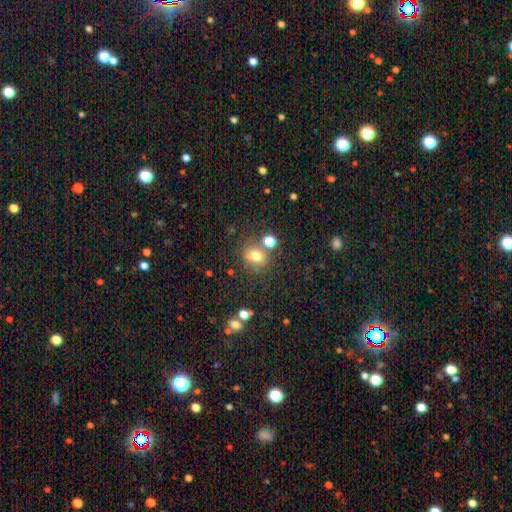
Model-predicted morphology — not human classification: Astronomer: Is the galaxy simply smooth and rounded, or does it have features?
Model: smooth — 72%.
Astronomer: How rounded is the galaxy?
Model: round — 61% (runner-up: in between, 38%).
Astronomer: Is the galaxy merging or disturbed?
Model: none — 65%.